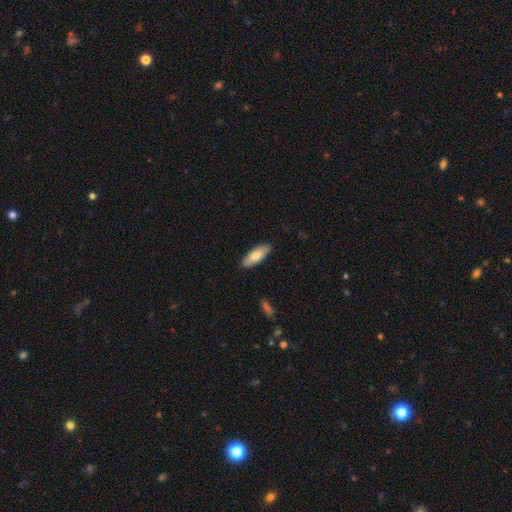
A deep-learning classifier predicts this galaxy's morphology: This is likely a smooth galaxy (75%). How rounded: likely in between (76%). Merging: clearly none (87%).